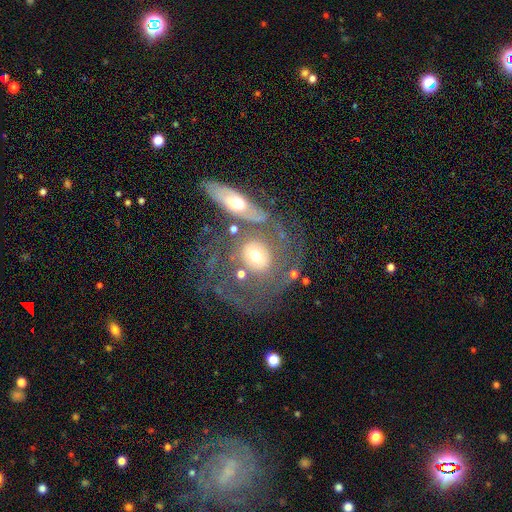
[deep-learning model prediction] This appears to be a featured or disk galaxy (61%) with no bar (79%), no spiral arms (51%) and a moderate central bulge (60%). Merging: none (36%).